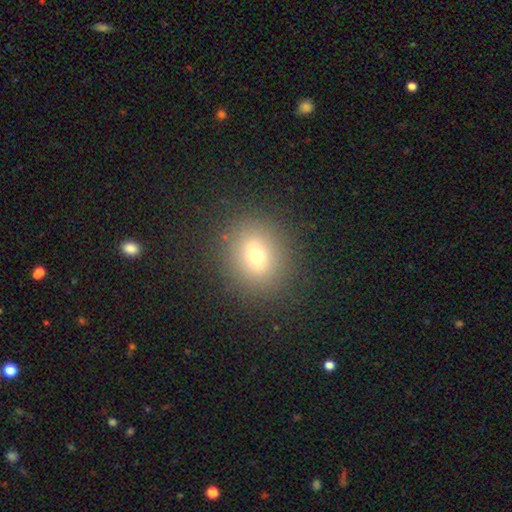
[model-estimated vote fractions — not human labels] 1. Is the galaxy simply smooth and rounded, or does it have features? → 69% smooth, 17% star or artifact, 14% featured or disk.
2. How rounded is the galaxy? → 77% round, 22% in between, 1% cigar-shaped.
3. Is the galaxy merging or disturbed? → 88% none, 7% minor disturbance, 4% major disturbance, 1% merger.